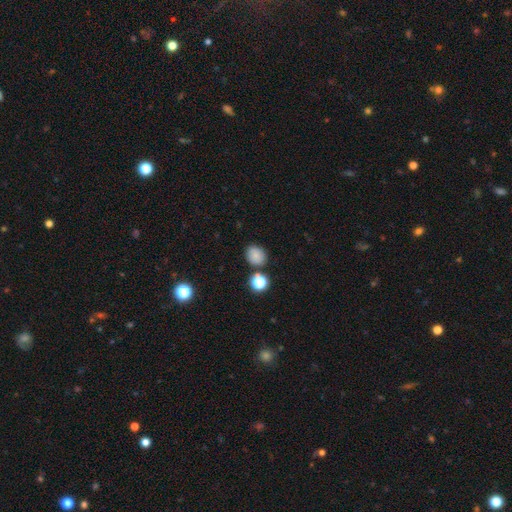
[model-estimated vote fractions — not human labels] smooth-or-featured: smooth: 80% | star or artifact: 13% | featured or disk: 7%
  how-rounded: round: 58% | in between: 41% | cigar-shaped: 1%
  merging: none: 77% | minor disturbance: 12% | merger: 8% | major disturbance: 3%